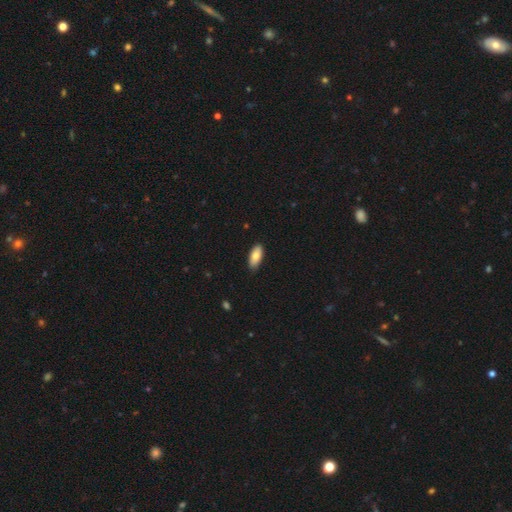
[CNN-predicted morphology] Overall: smooth (80%). How rounded: in between (86%). Merging: none (88%).